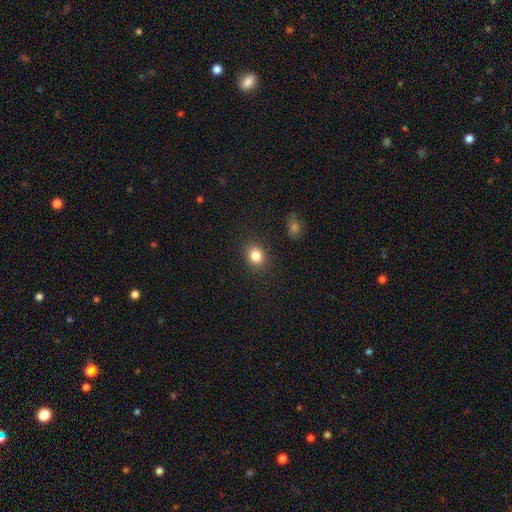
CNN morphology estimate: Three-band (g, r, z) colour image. It shows a smooth galaxy with no disk features (84%) that is round (61%). Merging: none (86%).